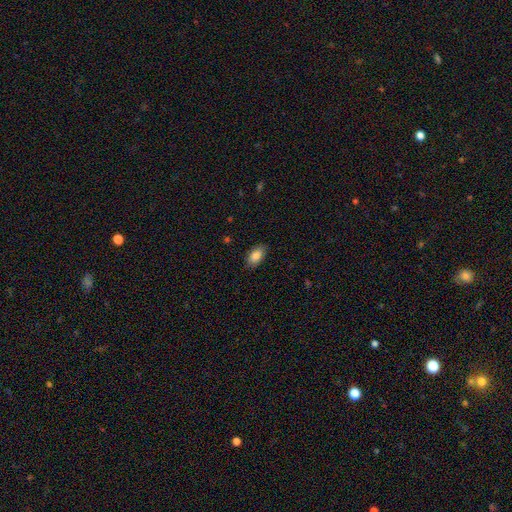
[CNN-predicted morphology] Q: Smooth or featured?
A: smooth (86%); runner-up: featured or disk (7%)
Q: How rounded?
A: in between (92%); runner-up: round (5%)
Q: Merging?
A: none (84%); runner-up: minor disturbance (12%)